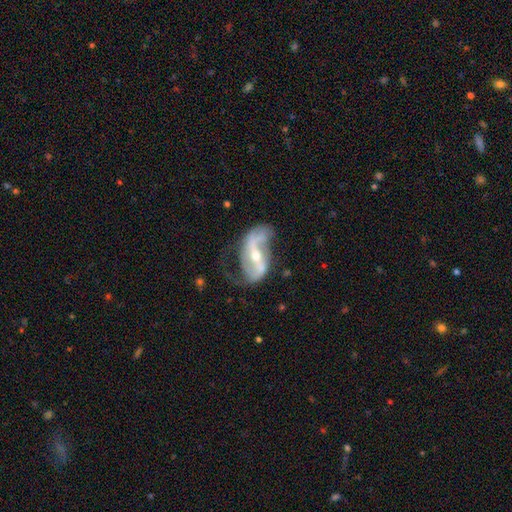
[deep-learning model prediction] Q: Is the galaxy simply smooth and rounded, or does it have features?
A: featured or disk — 88%.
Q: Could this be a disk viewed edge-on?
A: no — 95%.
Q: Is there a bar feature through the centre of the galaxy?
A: strong — 60%.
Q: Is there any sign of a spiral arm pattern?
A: yes — 93%.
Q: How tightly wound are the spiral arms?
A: loose — 68%.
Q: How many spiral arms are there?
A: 2 — 90%.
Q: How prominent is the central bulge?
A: small — 50%.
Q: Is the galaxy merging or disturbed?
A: none — 58%.